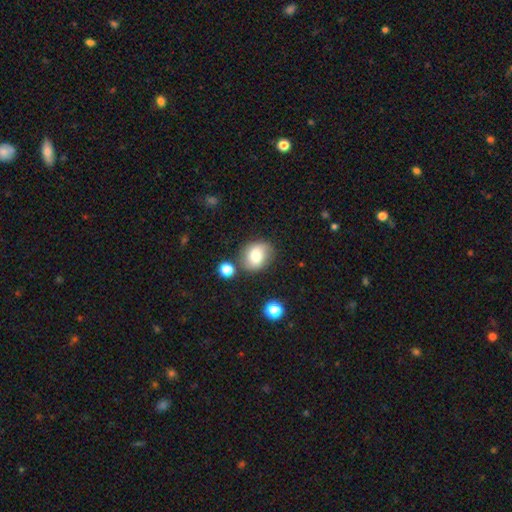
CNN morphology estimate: Smooth or featured? Predicted: smooth (p=0.73). How rounded? Predicted: round (p=0.53). Merging? Predicted: none (p=0.72).